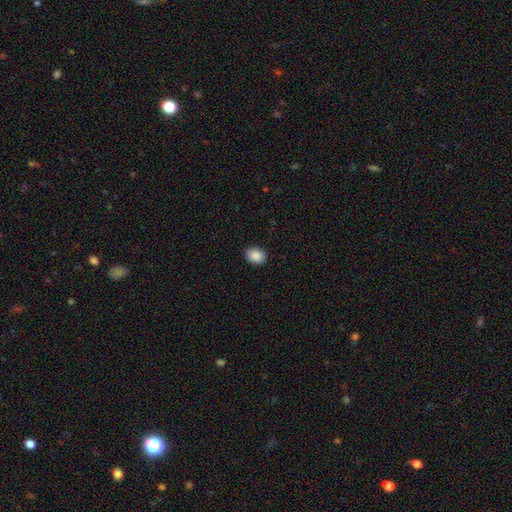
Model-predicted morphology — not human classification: smooth_or_featured: smooth (p=0.89) [alt: star or artifact p=0.08]
how_rounded: in between (p=0.60) [alt: round p=0.39]
merging: none (p=0.89) [alt: minor disturbance p=0.08]